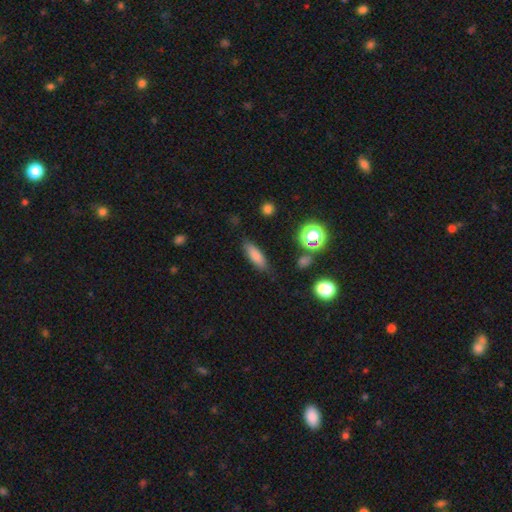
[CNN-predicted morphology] This is likely a smooth galaxy (78%). How rounded: possibly in between (50%). Merging: clearly none (83%).